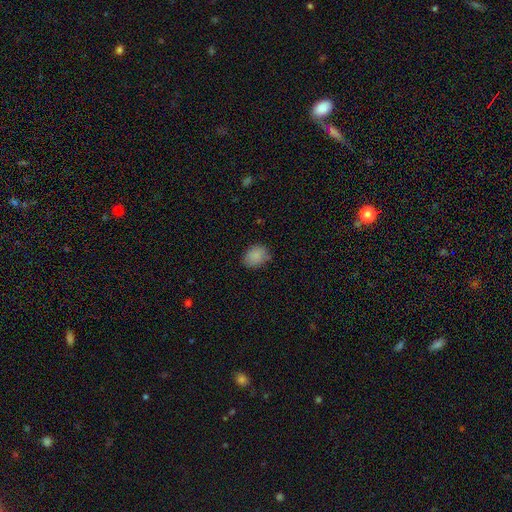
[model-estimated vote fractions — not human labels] Morphology: type=smooth (85%); roundness=in between (56%); merging=none (74%).